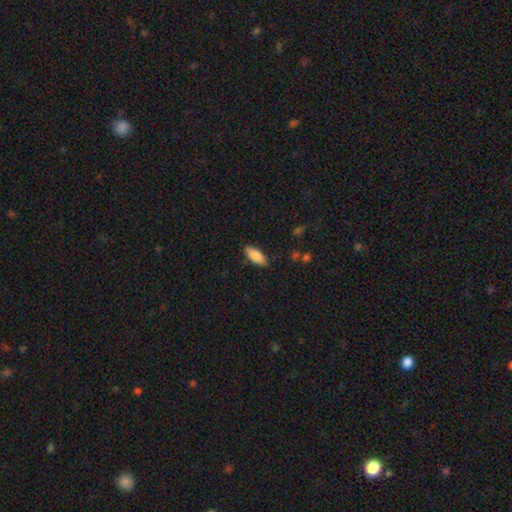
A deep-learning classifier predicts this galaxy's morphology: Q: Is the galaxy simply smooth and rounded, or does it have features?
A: smooth — 86%.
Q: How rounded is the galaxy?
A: in between — 82%.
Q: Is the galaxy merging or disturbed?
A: none — 85%.